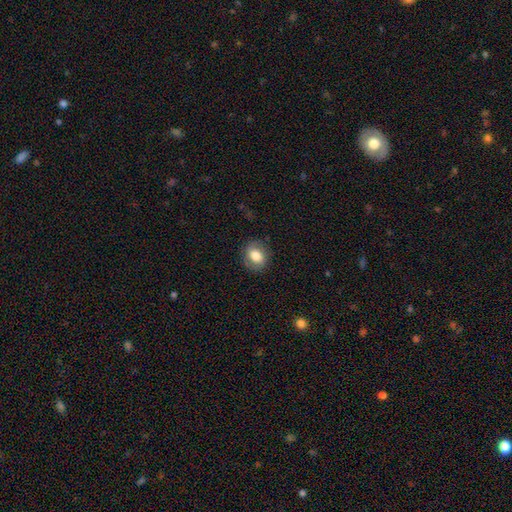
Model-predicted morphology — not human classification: smooth 70%, featured or disk 22%, star or artifact 8%. Down the decision tree: how rounded — in between (51%); merging — none (82%).